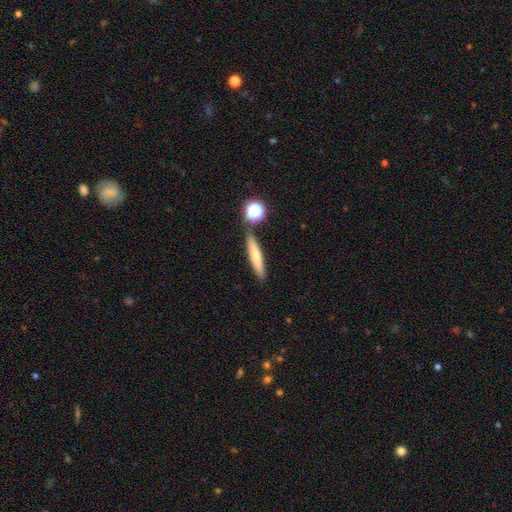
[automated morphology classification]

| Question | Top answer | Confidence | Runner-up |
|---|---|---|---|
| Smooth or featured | smooth | 65% | featured or disk (26%) |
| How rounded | cigar-shaped | 88% | in between (9%) |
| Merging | none | 82% | minor disturbance (9%) |